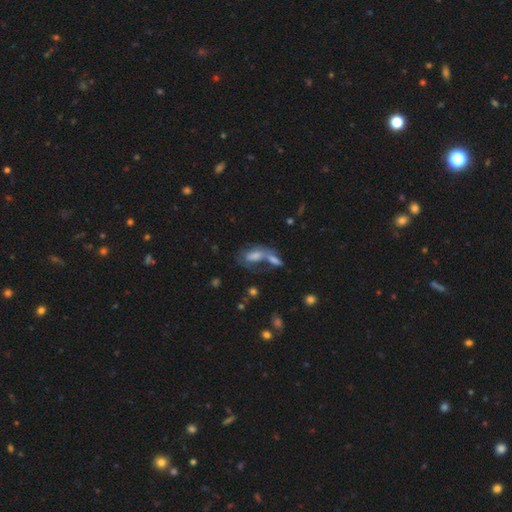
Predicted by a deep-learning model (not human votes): The model was most divided on "smooth or featured": smooth: 49%, featured or disk: 32%, star or artifact: 19%. Remaining: merging — merger (47%).